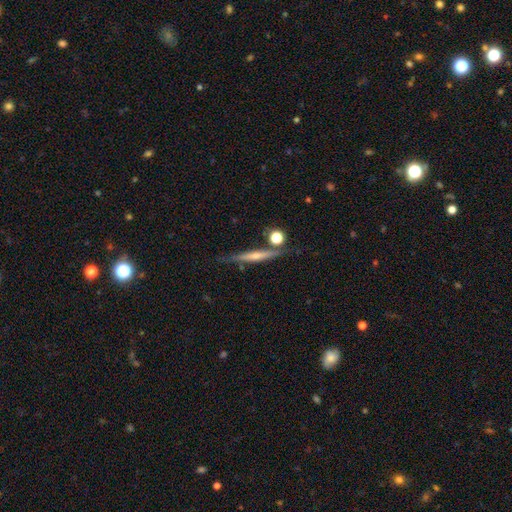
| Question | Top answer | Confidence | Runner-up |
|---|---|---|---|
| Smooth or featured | featured or disk | 79% | smooth (10%) |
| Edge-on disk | yes | 97% | no (3%) |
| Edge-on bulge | rounded | 87% | boxy (7%) |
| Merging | none | 74% | minor disturbance (14%) |